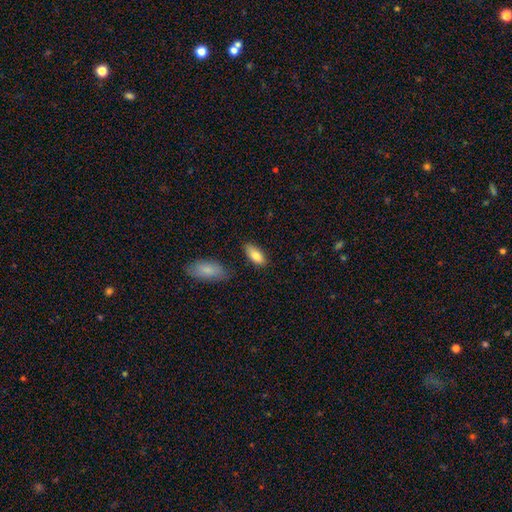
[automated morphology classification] This appears to be a smooth galaxy with no disk features (83%) that is in between round and cigar-shaped (85%). Merging: none (77%).